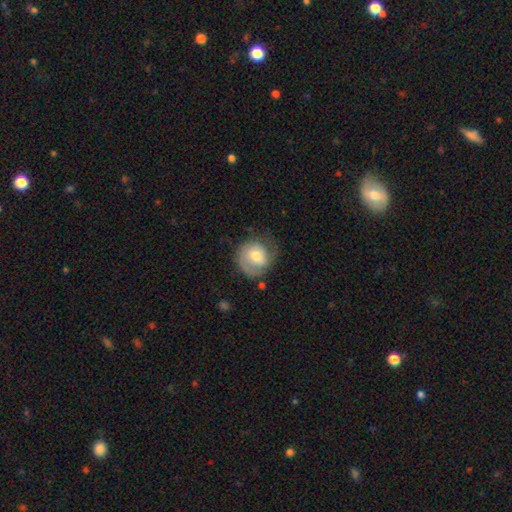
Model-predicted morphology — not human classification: Smooth or featured: featured or disk — 50% (smooth — 44%)
Merging: none — 60% (minor disturbance — 24%)